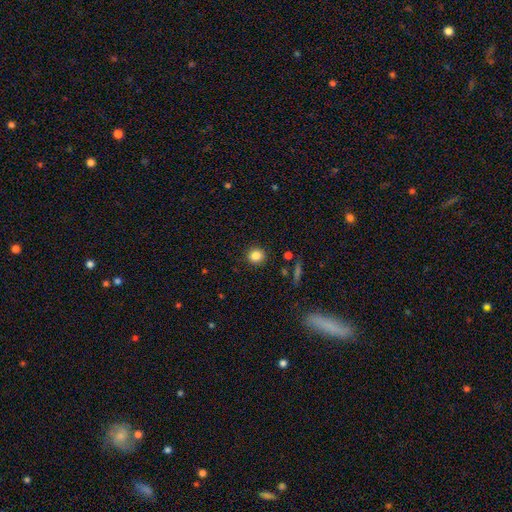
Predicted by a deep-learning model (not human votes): A smooth galaxy with no disk features (84%) that is round (88%). Merging: none (90%).